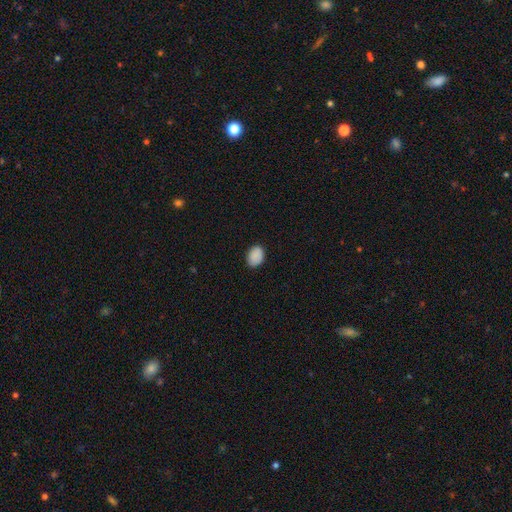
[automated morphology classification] smooth 87%, star or artifact 8%, featured or disk 5%. Down the decision tree: how rounded — in between (75%); merging — none (84%).